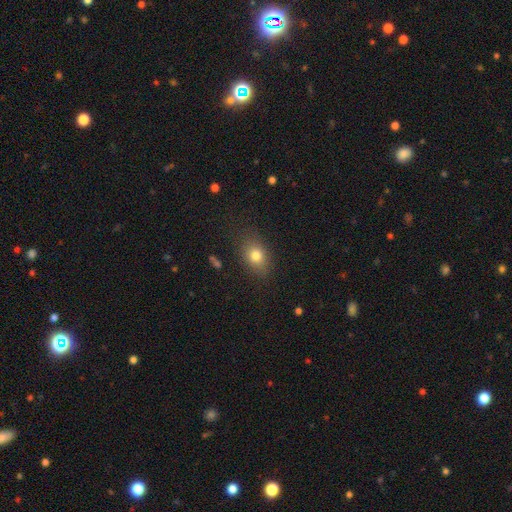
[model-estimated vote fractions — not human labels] Q: Smooth or featured?
A: smooth (78%); runner-up: star or artifact (11%)
Q: How rounded?
A: in between (68%); runner-up: round (30%)
Q: Merging?
A: none (81%); runner-up: minor disturbance (13%)